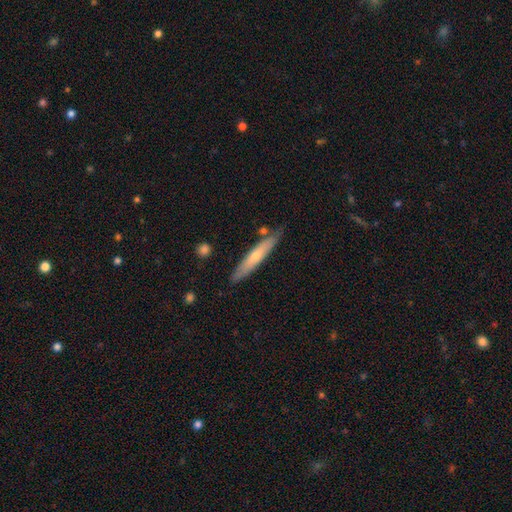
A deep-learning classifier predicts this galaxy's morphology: smooth-or-featured: smooth: 51% | featured or disk: 43% | star or artifact: 6%
  how-rounded: cigar-shaped: 91% | in between: 7% | round: 1%
  merging: none: 81% | minor disturbance: 13% | merger: 4% | major disturbance: 2%